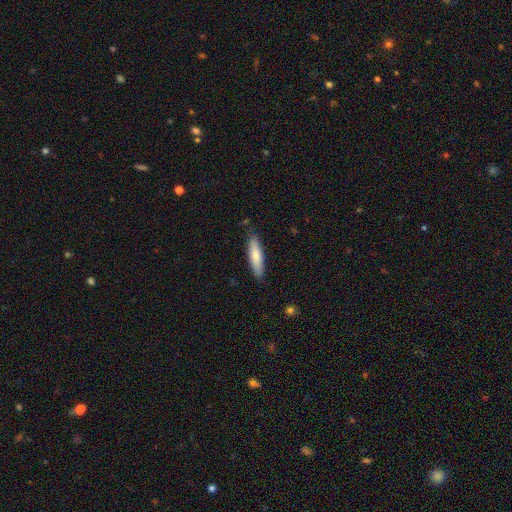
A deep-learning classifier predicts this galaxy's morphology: Q: Smooth or featured?
A: smooth (75%); runner-up: featured or disk (20%)
Q: How rounded?
A: cigar-shaped (74%); runner-up: in between (25%)
Q: Merging?
A: none (85%); runner-up: minor disturbance (11%)